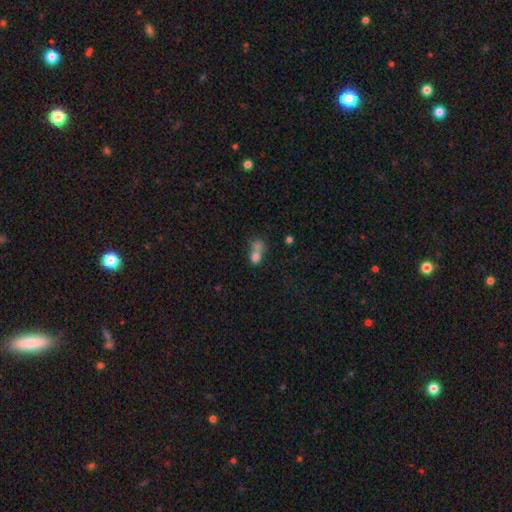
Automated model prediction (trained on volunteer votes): Smooth or featured: smooth — 75% (featured or disk — 13%)
How rounded: round — 51% (in between — 47%)
Merging: merger — 63% (none — 24%)